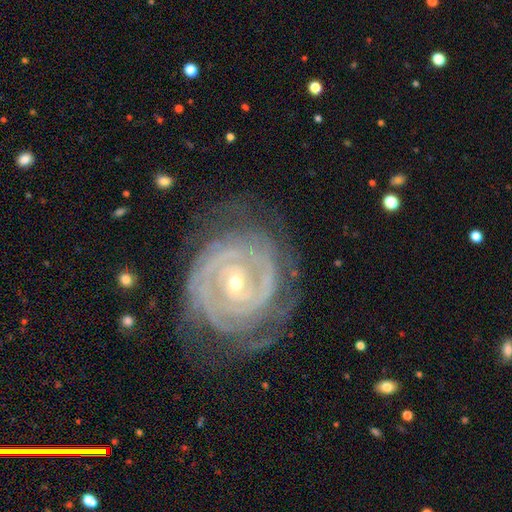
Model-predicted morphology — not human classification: Smooth or featured: featured or disk — 87% (star or artifact — 7%)
Edge-on disk: no — 97% (yes — 3%)
Bar: weak — 38% (tied with no — 38%)
Spiral arms: yes — 96% (no — 4%)
Spiral winding: tight — 79% (medium — 18%)
Spiral arm count: 2 — 36% (can't tell — 27%)
Bulge size: small — 67% (moderate — 30%)
Merging: none — 73% (minor disturbance — 16%)